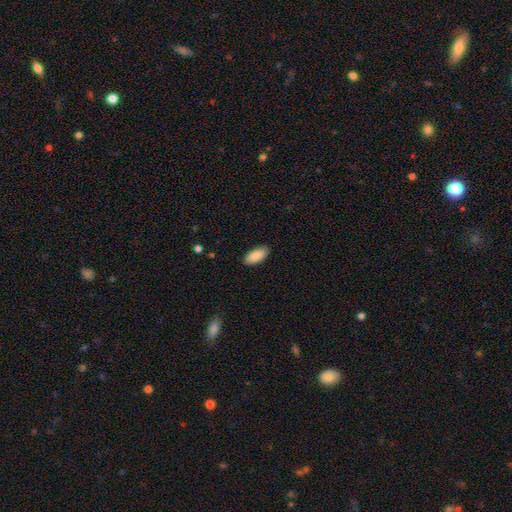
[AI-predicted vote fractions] This appears to be a smooth galaxy with no disk features (90%) that is in between round and cigar-shaped (91%). Merging: none (88%).